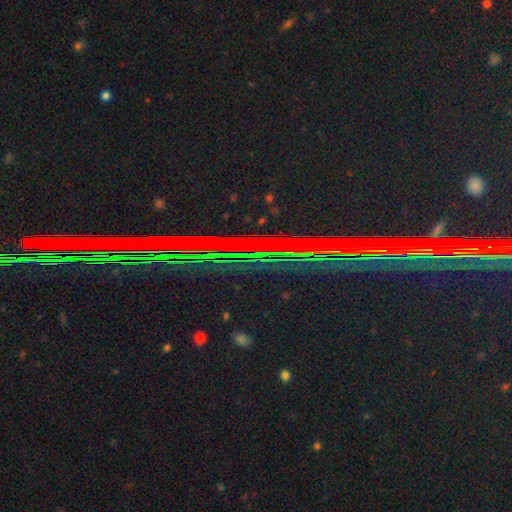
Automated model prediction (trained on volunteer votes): Q: Smooth or featured?
A: star or artifact (86%); runner-up: featured or disk (8%)